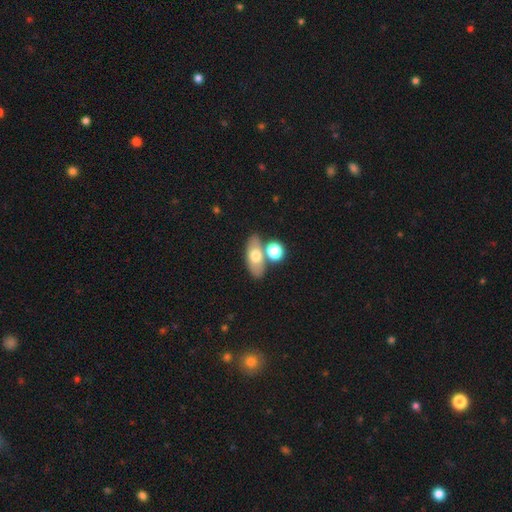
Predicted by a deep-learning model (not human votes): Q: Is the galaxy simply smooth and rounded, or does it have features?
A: smooth — 64%.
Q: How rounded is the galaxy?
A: in between — 80%.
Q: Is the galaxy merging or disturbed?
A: none — 62%.